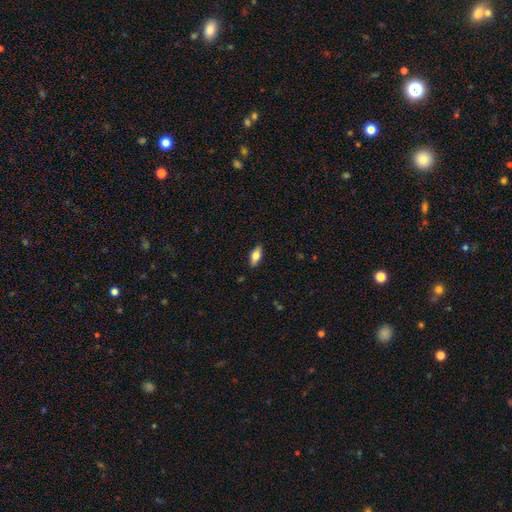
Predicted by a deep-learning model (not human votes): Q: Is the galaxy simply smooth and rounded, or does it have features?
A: smooth — 72%.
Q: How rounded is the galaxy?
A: in between — 82%.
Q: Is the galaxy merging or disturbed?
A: none — 88%.